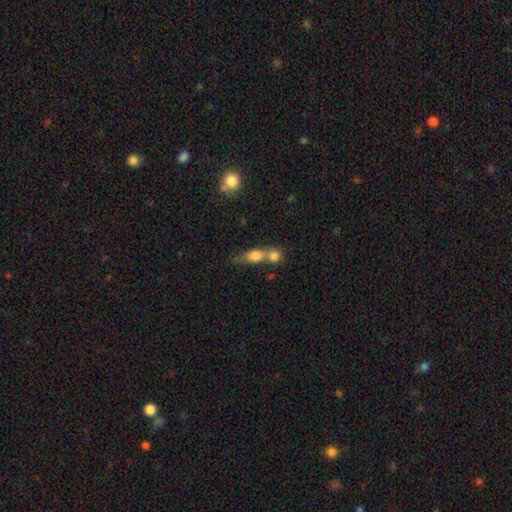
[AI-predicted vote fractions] A smooth galaxy with no disk features (72%) that is in between round and cigar-shaped (52%).

Vote fractions:
- Smooth or featured? smooth: 72% / featured or disk: 18% / star or artifact: 10%
- How rounded? in between: 52% / round: 26% / cigar-shaped: 21%
- Merging? merger: 62% / none: 26% / minor disturbance: 8% / major disturbance: 4%